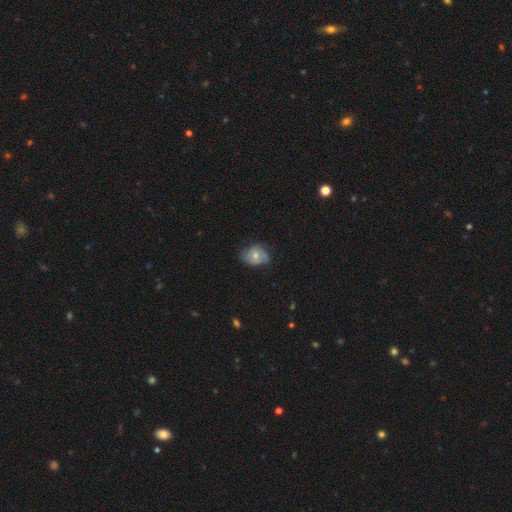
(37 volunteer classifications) smooth-or-featured: smooth: 49% (tied) | featured or disk: 49% (tied) | star or artifact: 3%
  how-rounded: in between: 61% | round: 39% | cigar-shaped: 0%
  merging: none: 44% (tied) | minor disturbance: 44% (tied) | major disturbance: 8% | merger: 3%